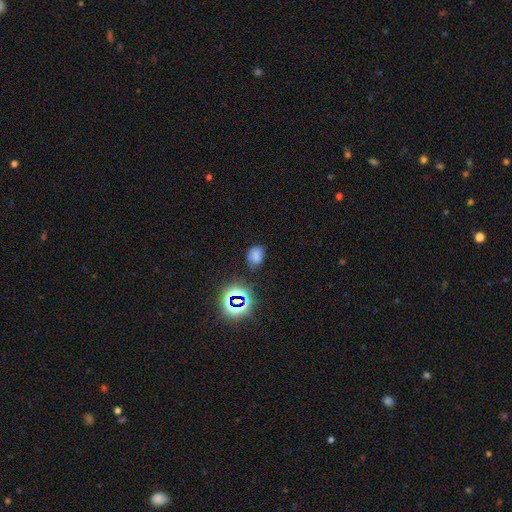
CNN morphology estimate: smooth_or_featured: smooth (p=0.63) [alt: star or artifact p=0.25]
how_rounded: in between (p=0.68) [alt: round p=0.30]
merging: none (p=0.63) [alt: minor disturbance p=0.25]